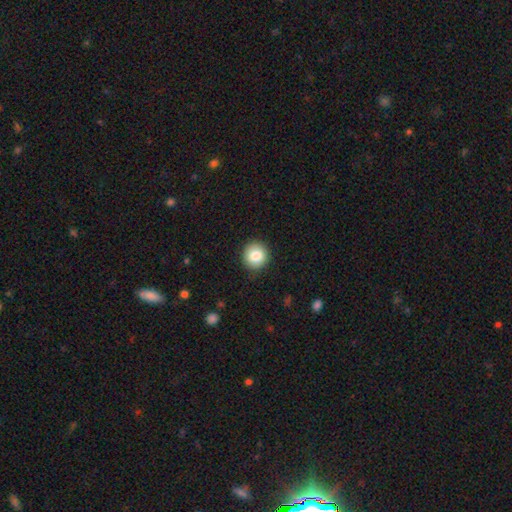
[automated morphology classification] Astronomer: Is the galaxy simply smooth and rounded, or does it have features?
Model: smooth — 84%.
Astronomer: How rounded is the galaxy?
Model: round — 90%.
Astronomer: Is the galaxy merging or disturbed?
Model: none — 89%.